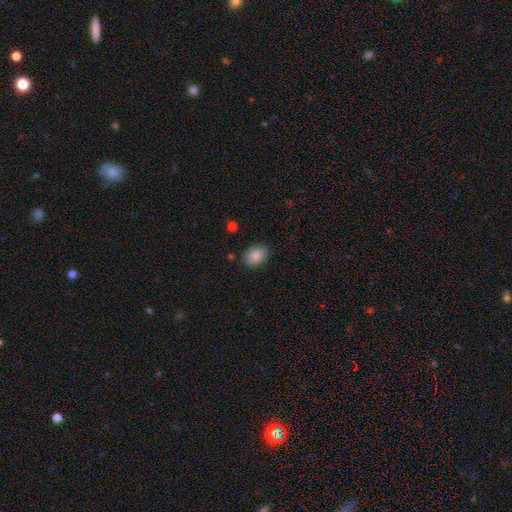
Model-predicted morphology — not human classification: The model was most divided on "how rounded": in between: 73%, round: 26%, cigar-shaped: 1%. More confident: smooth or featured — smooth (87%); merging — none (85%).